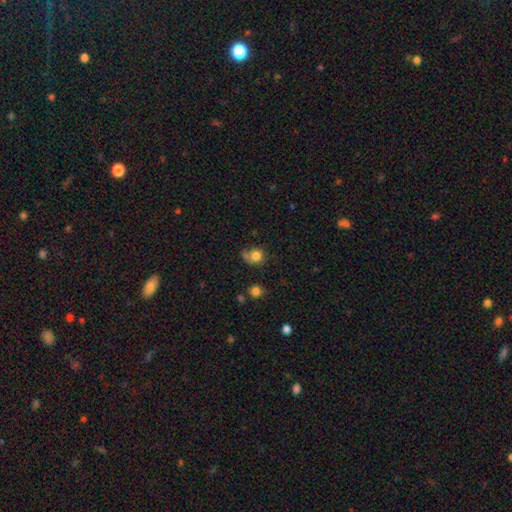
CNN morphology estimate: Smooth or featured: smooth — 80% (star or artifact — 12%)
How rounded: round — 80% (in between — 19%)
Merging: none — 53% (minor disturbance — 20%)